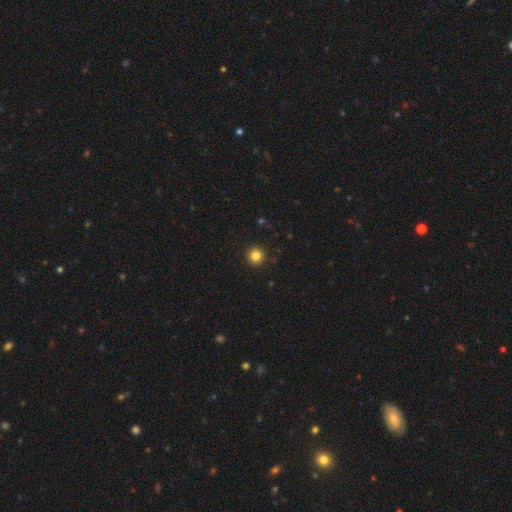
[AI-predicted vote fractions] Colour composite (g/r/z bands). It shows a smooth galaxy with no disk features (84%) that is round (95%). Merging: none (93%).